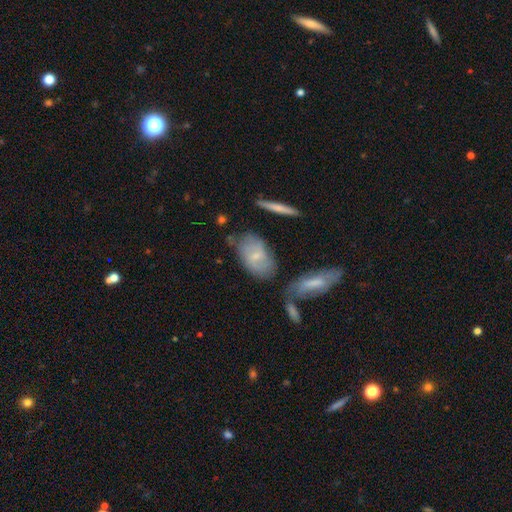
Smooth or featured? 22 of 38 (58%) said featured or disk. Edge-on disk? 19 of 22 (86%) said no. Bar? 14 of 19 (74%) said weak. Spiral arms? 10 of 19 (53%) said yes. Spiral winding? 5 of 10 (50%, tied with loose) said medium. Spiral arm count? 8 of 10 (80%) said 2. Bulge size? 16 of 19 (84%) said small. Merging? 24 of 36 (67%) said none.